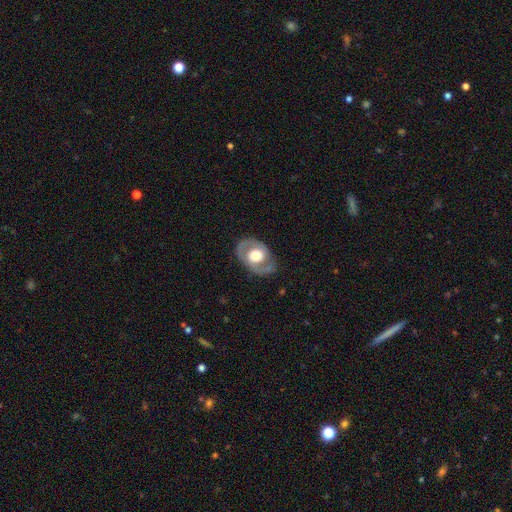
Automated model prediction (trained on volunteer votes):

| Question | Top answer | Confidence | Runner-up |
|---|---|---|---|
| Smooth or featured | featured or disk | 71% | smooth (24%) |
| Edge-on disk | no | 95% | yes (5%) |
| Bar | no | 73% | weak (21%) |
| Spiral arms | yes | 61% | no (39%) |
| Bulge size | moderate | 45% | tied: large (45%) |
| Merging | none | 78% | minor disturbance (15%) |